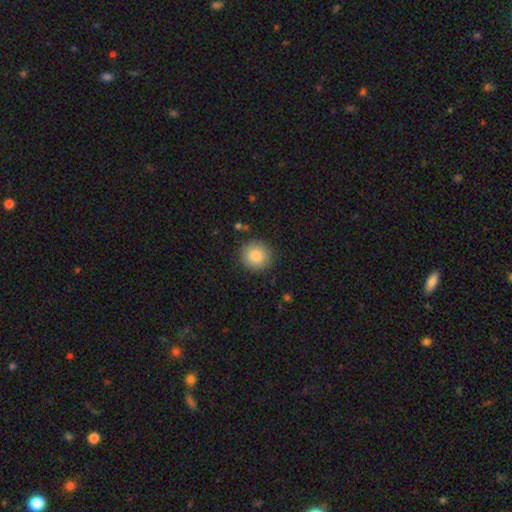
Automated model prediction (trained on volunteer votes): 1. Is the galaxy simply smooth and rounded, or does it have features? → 85% smooth, 9% star or artifact, 7% featured or disk.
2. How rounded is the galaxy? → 94% round, 5% in between, 1% cigar-shaped.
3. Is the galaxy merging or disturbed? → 90% none, 7% minor disturbance, 2% major disturbance, 1% merger.